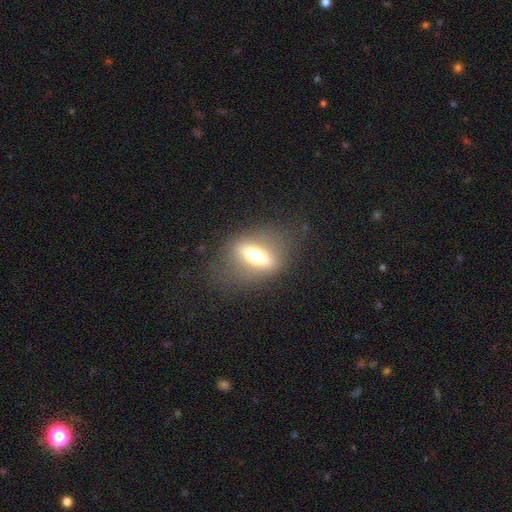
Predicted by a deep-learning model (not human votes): Q: Smooth or featured?
A: featured or disk (52%); runner-up: smooth (38%)
Q: Edge-on disk?
A: yes (62%); runner-up: no (38%)
Q: Merging?
A: none (76%); runner-up: minor disturbance (12%)